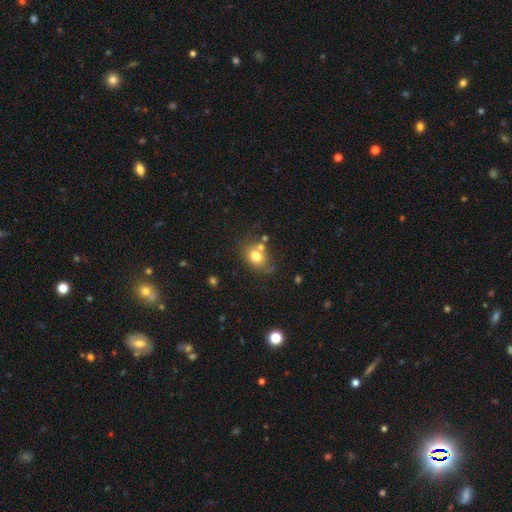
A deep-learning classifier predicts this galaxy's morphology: Overall: smooth (74%). How rounded: in between (51%; round 48%). Merging: none (53%; merger 22%).